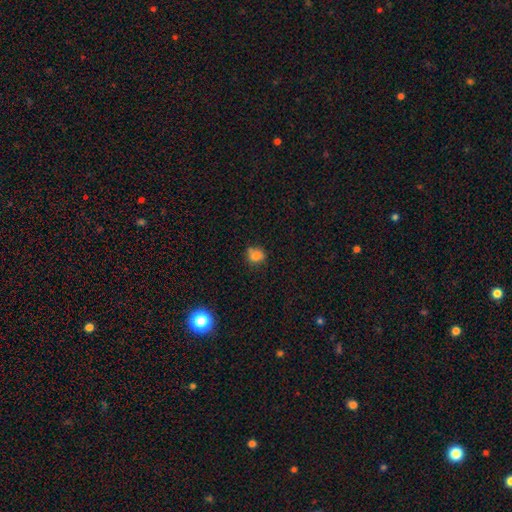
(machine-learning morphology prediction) smooth 79%, star or artifact 13%, featured or disk 8%. Down the decision tree: how rounded — round (69%); merging — none (60%).